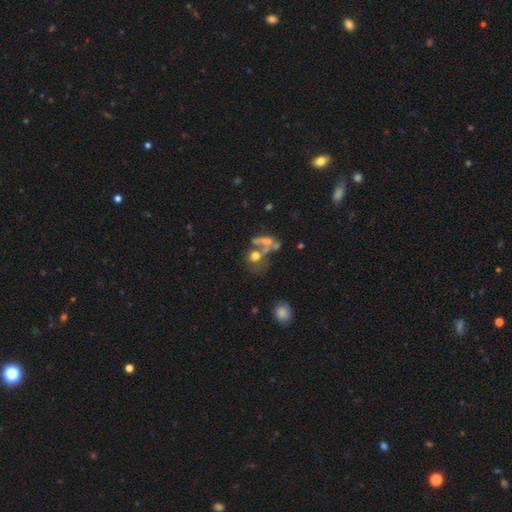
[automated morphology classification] smooth_or_featured: smooth (p=0.59) [alt: featured or disk p=0.26]
how_rounded: round (p=0.62) [alt: in between p=0.34]
merging: merger (p=0.43) [alt: none p=0.30]